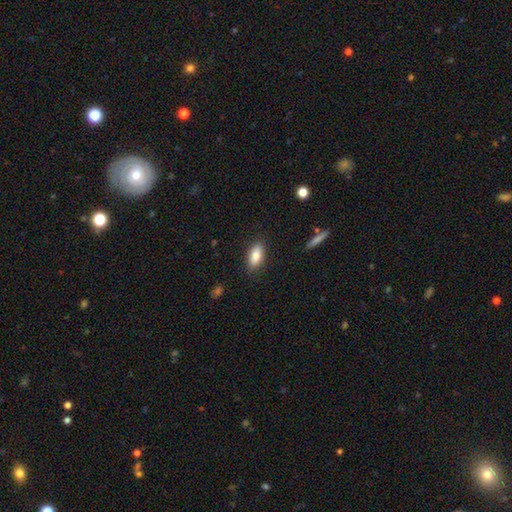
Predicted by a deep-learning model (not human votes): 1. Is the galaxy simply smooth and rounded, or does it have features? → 83% smooth, 10% featured or disk, 7% star or artifact.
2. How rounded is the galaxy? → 85% in between, 12% cigar-shaped, 3% round.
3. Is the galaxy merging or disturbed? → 86% none, 10% minor disturbance, 2% major disturbance, 1% merger.